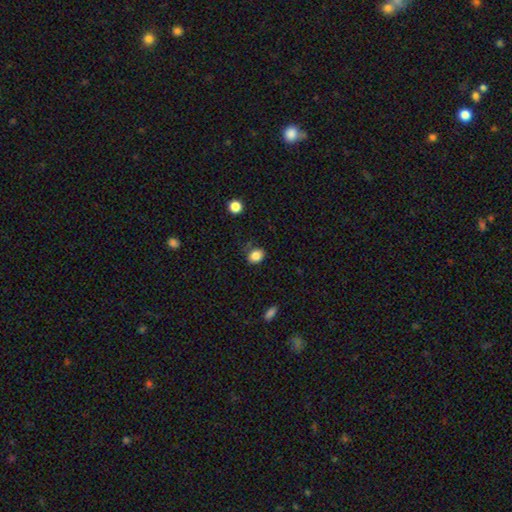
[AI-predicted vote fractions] Overall: smooth (84%). How rounded: round (54%; in between 45%). Merging: none (76%).